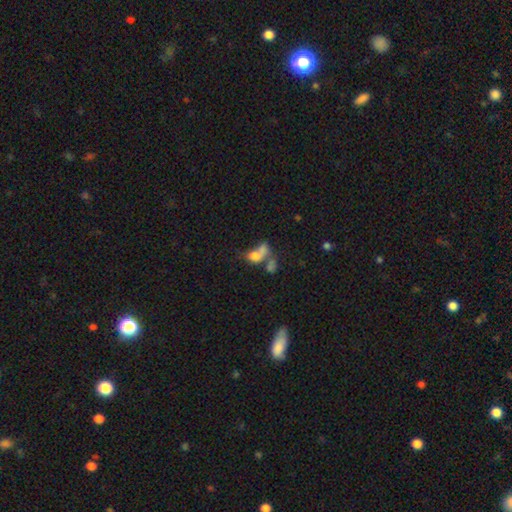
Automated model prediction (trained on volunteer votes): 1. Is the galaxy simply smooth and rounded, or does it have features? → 65% smooth, 22% featured or disk, 13% star or artifact.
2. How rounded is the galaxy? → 72% in between, 24% round, 5% cigar-shaped.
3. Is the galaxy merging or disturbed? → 61% merger, 18% none, 13% major disturbance, 8% minor disturbance.